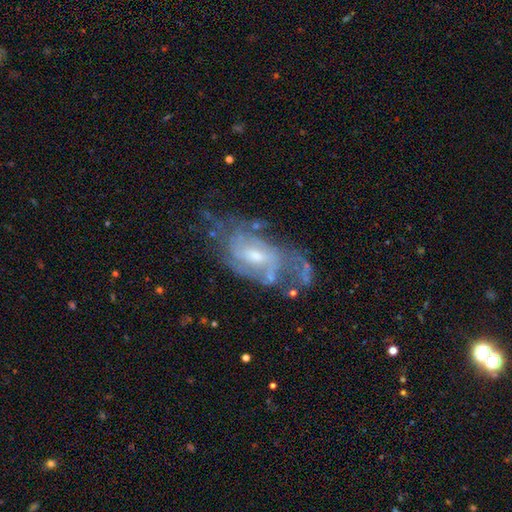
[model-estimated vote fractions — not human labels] Smooth or featured?
  - featured or disk: 79% *
  - smooth: 13%
  - star or artifact: 8%
Edge-on disk?
  - no: 94% *
  - yes: 6%
Bar?
  - weak: 46% *
  - no: 44%
  - strong: 11%
Spiral arms?
  - yes: 80% *
  - no: 20%
Spiral winding?
  - tight: 41% *
  - medium: 40%
  - loose: 20%
Spiral arm count?
  - can't tell: 44% *
  - 2: 29%
  - 3: 12%
  - 4: 6%
  - 1: 5%
  - more than 4: 3%
Bulge size?
  - moderate: 47% *
  - small: 45%
  - none: 3%
  - large: 3%
  - dominant: 1%
Merging?
  - none: 47% *
  - minor disturbance: 23%
  - major disturbance: 23%
  - merger: 6%